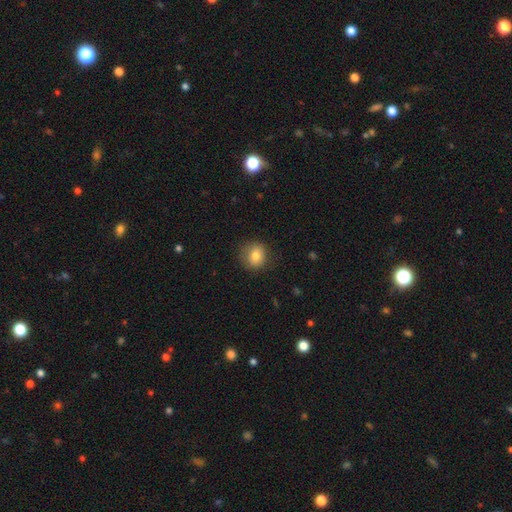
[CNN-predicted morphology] smooth 78%, featured or disk 12%, star or artifact 10%. Down the decision tree: how rounded — round (81%); merging — none (81%).